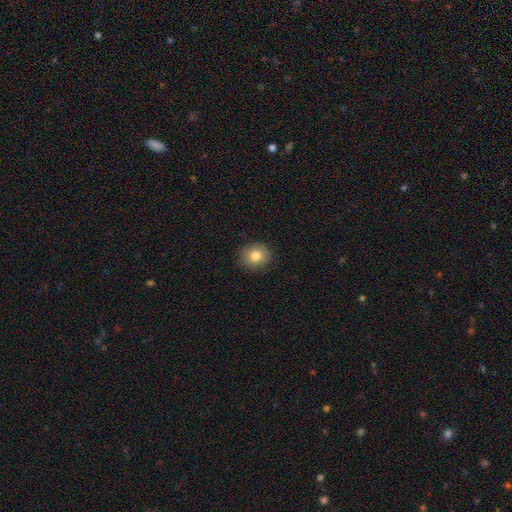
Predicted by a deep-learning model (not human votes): Smooth or featured? smooth (82%)
How rounded? round (78%)
Merging? none (90%)